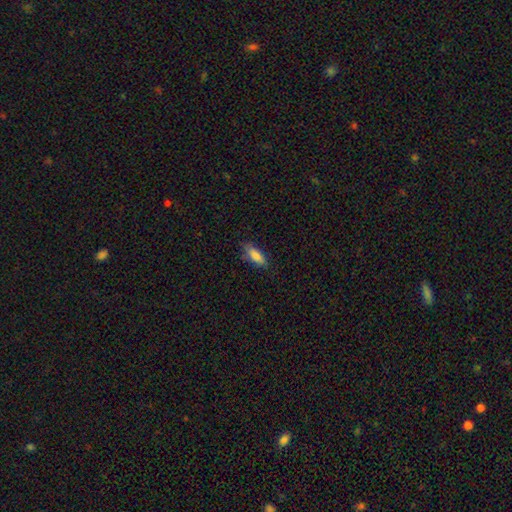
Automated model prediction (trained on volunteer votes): Morphology: type=smooth (84%); roundness=in between (69%); merging=none (75%).